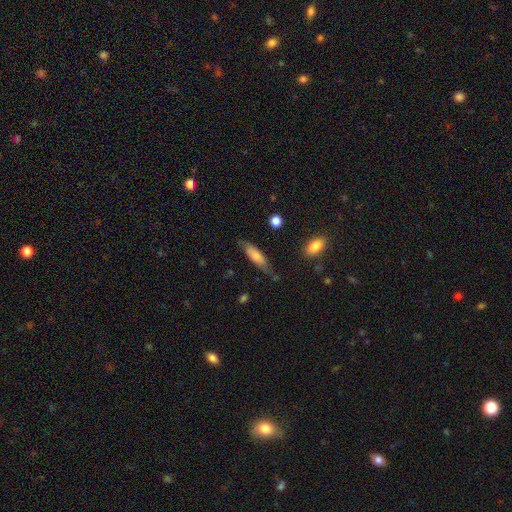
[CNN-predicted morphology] Smooth or featured: smooth — 70% (featured or disk — 24%)
How rounded: cigar-shaped — 56% (in between — 42%)
Merging: none — 65% (minor disturbance — 25%)